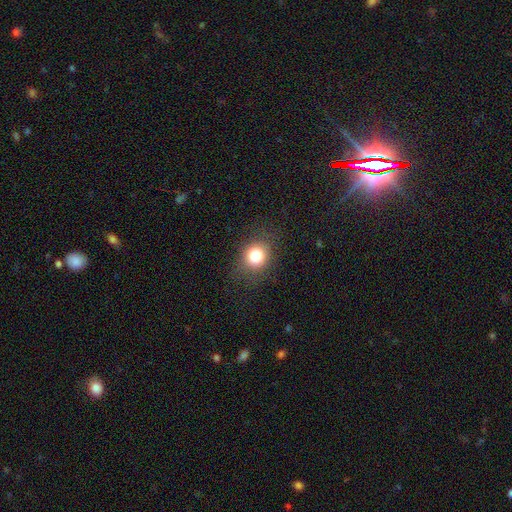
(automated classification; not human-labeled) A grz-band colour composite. It shows a smooth galaxy with no disk features (82%) that is round (71%). Merging: none (81%).